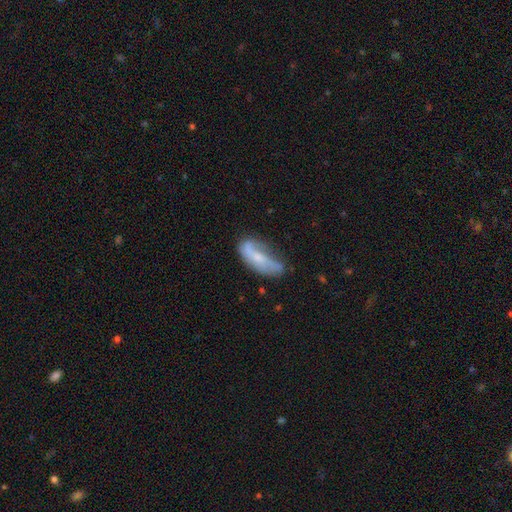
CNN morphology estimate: Smooth or featured? Predicted: smooth (p=0.45, tied with featured or disk). Merging? Predicted: none (p=0.47).